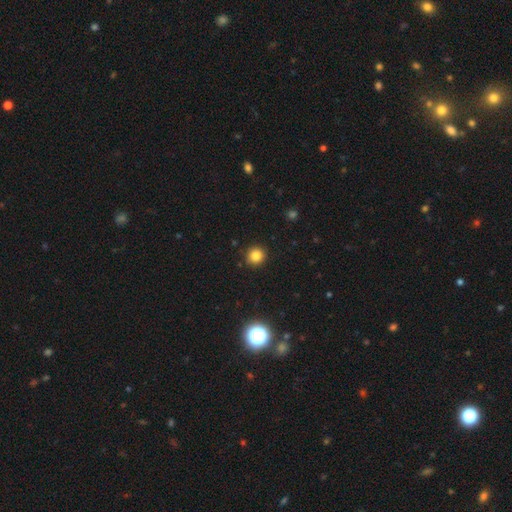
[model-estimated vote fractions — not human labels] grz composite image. It shows a smooth galaxy with no disk features (82%) that is round (92%). Merging: none (91%).